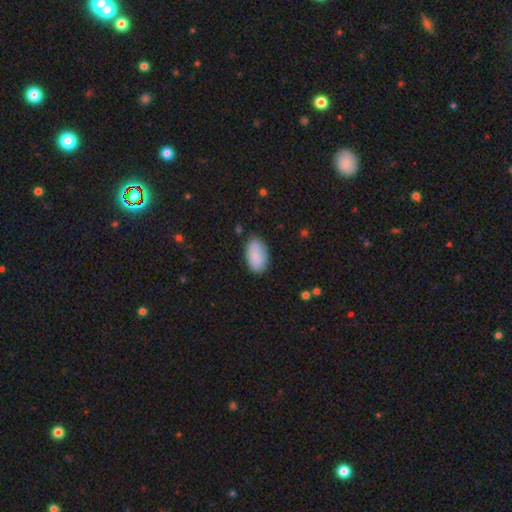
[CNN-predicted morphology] A smooth galaxy with no disk features (86%) that is in between round and cigar-shaped (94%).

Vote fractions:
- Smooth or featured? smooth: 86% / featured or disk: 8% / star or artifact: 6%
- How rounded? in between: 94% / round: 4% / cigar-shaped: 2%
- Merging? none: 79% / minor disturbance: 15% / major disturbance: 3% / merger: 2%